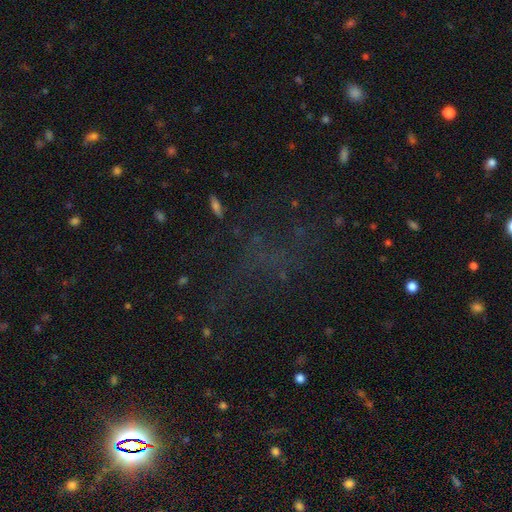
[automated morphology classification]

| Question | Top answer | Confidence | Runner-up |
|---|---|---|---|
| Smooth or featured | star or artifact | 57% | smooth (25%) |